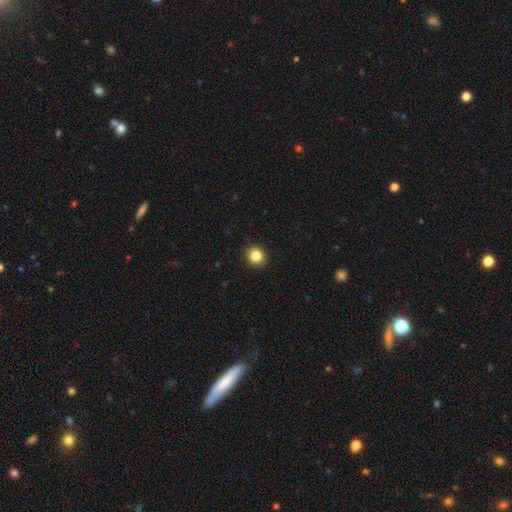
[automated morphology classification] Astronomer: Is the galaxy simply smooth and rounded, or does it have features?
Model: smooth — 84%.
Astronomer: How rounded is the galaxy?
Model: round — 82%.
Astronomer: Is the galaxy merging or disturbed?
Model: none — 92%.